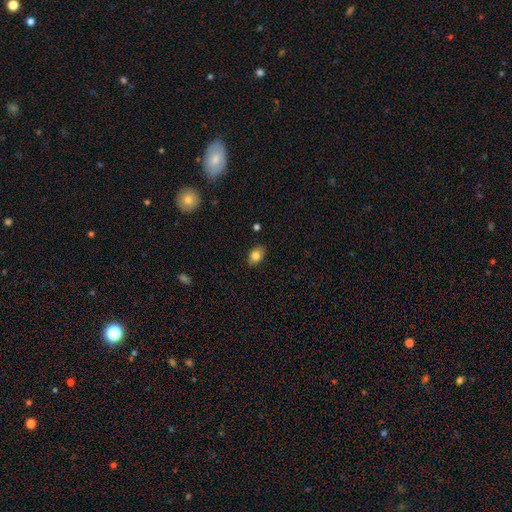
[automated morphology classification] This appears to be a smooth galaxy with no disk features (83%) that is in between round and cigar-shaped (77%). Merging: none (85%).